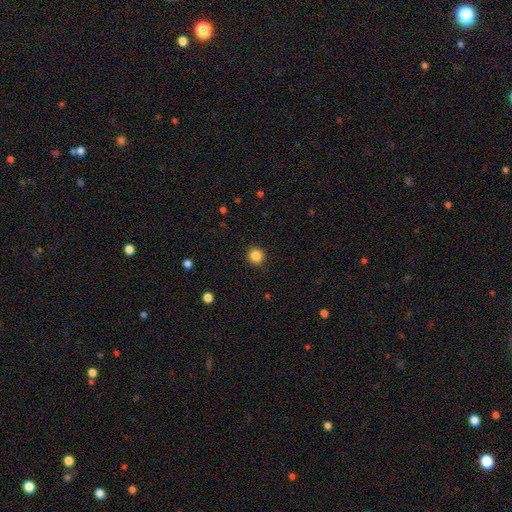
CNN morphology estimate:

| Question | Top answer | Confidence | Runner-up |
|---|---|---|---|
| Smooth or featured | smooth | 85% | star or artifact (11%) |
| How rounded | round | 92% | in between (7%) |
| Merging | none | 92% | minor disturbance (5%) |